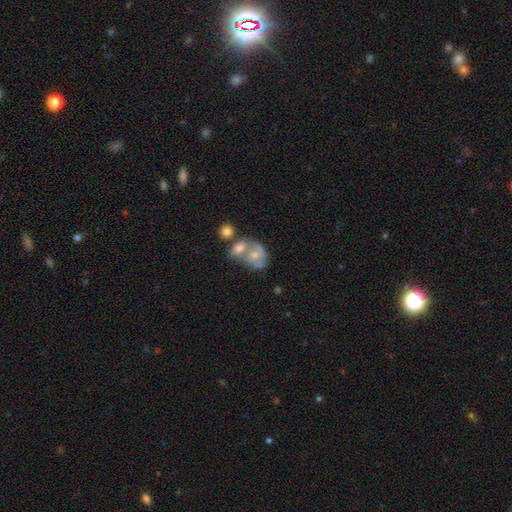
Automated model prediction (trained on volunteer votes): smooth-or-featured: featured or disk: 49% | smooth: 43% | star or artifact: 9%
  merging: merger: 53% | none: 23% | minor disturbance: 14% | major disturbance: 10%